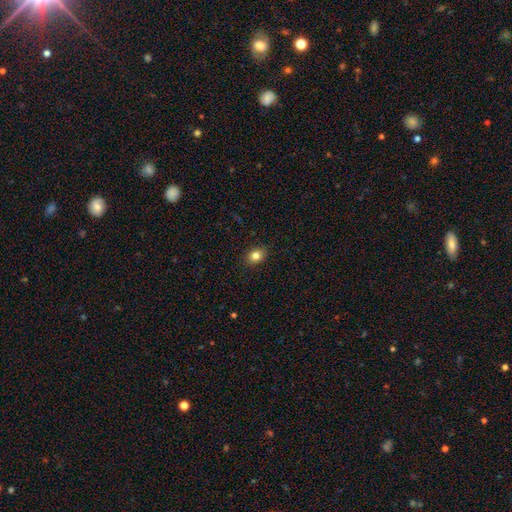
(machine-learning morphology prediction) The model was most divided on "how rounded": in between: 50%, round: 49%, cigar-shaped: 1%. More confident: merging — none (89%); smooth or featured — smooth (83%).